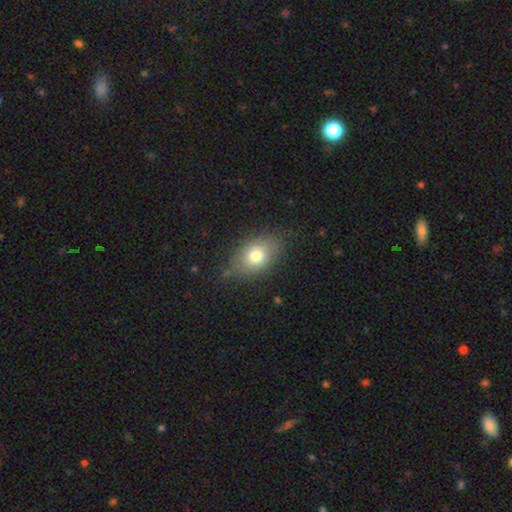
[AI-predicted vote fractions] The model was most divided on "merging": none: 75%, minor disturbance: 18%, major disturbance: 5%, merger: 2%. More confident: how rounded — in between (81%); smooth or featured — smooth (75%).